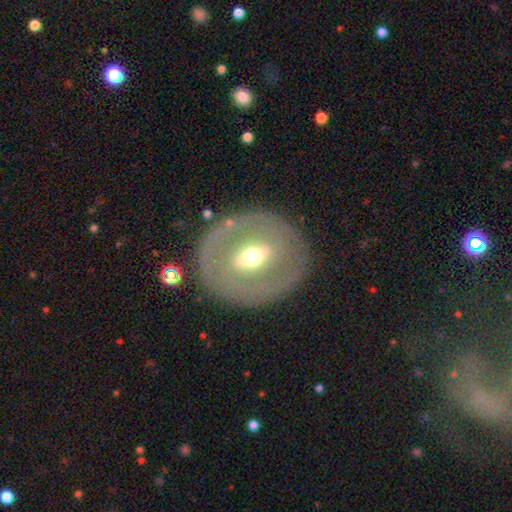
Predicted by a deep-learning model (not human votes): A featured or disk galaxy (63%) with a weak bar (39%), no spiral arms (79%) and a moderate central bulge (70%).

Vote fractions:
- Smooth or featured? featured or disk: 63% / smooth: 31% / star or artifact: 6%
- Edge-on disk? no: 92% / yes: 8%
- Bar? weak: 39% / no: 33% / strong: 28%
- Spiral arms? no: 79% / yes: 21%
- Bulge size? moderate: 70% / small: 19% / large: 9% / dominant: 1% / none: 1%
- Merging? none: 81% / minor disturbance: 11% / major disturbance: 5% / merger: 2%